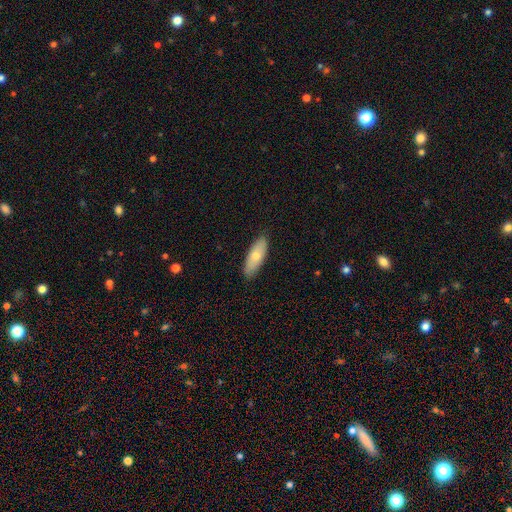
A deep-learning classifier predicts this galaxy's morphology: Smooth or featured? smooth (67%)
How rounded? in between (66%)
Merging? none (87%)